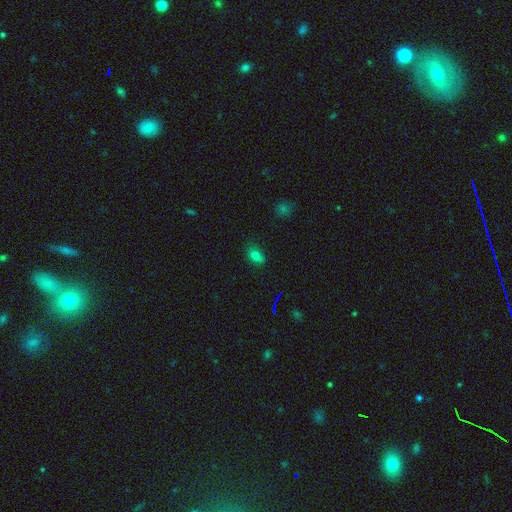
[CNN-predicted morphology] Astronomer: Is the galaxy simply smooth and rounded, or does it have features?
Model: smooth — 75%.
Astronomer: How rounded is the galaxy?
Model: in between — 82%.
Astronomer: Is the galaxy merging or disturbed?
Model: none — 76%.